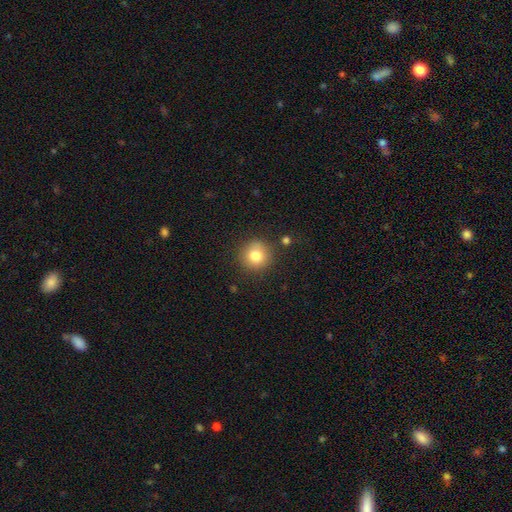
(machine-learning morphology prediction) smooth 79%, star or artifact 11%, featured or disk 9%. Down the decision tree: how rounded — round (93%); merging — none (86%).